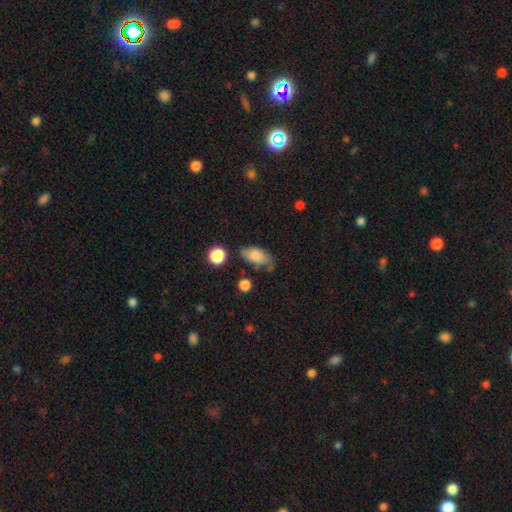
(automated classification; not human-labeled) Overall: smooth (81%). How rounded: in between (87%). Merging: none (60%; minor disturbance 26%).